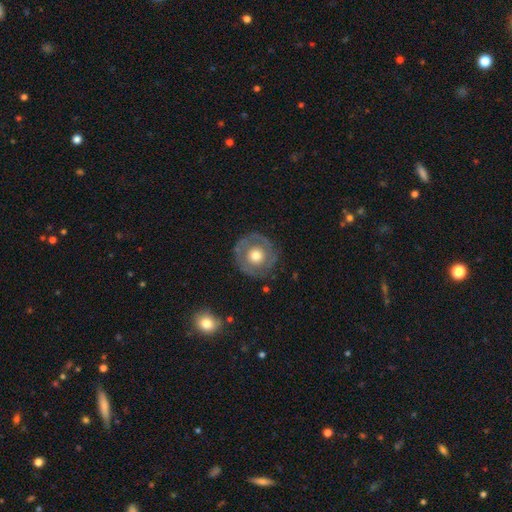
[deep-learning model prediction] Morphology: type=featured or disk (50%); merging=none (80%).